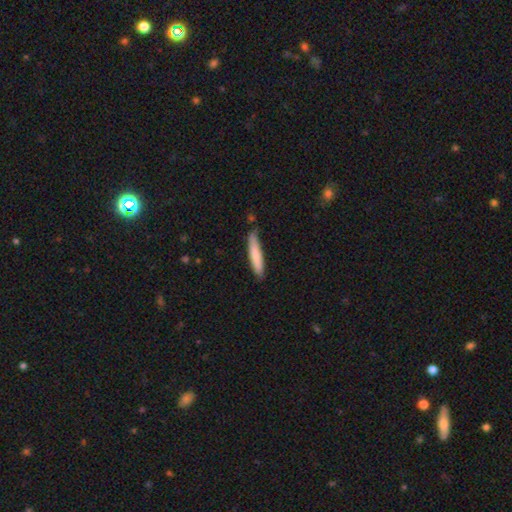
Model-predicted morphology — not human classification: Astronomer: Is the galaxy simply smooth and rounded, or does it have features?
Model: smooth — 79%.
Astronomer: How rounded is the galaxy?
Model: cigar-shaped — 90%.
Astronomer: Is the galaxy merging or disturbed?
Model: none — 76%.